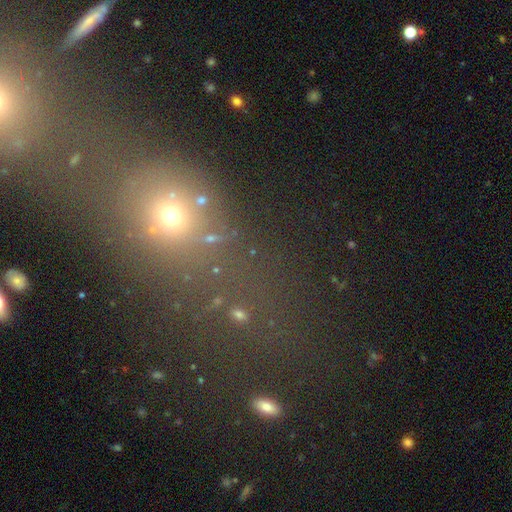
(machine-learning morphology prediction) Smooth or featured? Predicted: star or artifact (p=0.44).